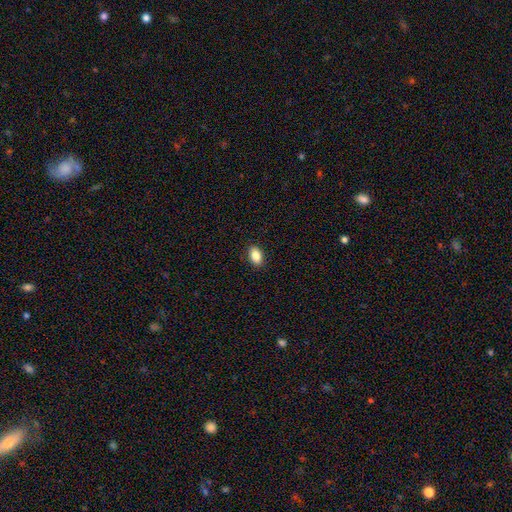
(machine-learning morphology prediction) This is clearly a smooth galaxy (86%). How rounded: clearly in between (88%). Merging: clearly none (90%).